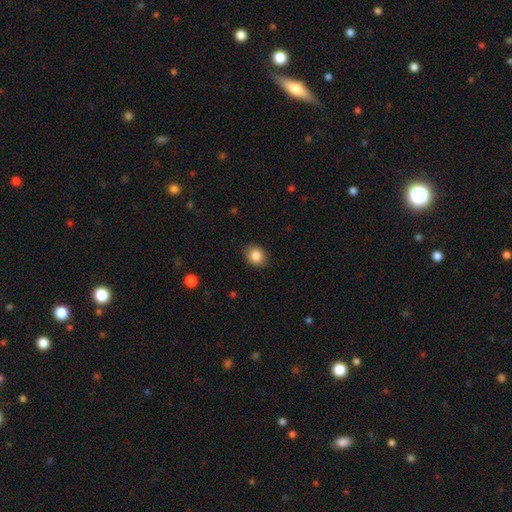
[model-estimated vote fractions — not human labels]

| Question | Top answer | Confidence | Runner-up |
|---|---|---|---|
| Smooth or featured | smooth | 86% | star or artifact (9%) |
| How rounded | round | 61% | in between (38%) |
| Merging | none | 89% | minor disturbance (8%) |